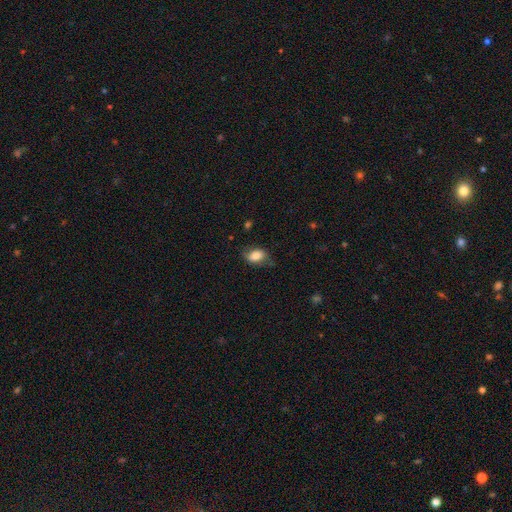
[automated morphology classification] This is likely a smooth galaxy (76%). How rounded: likely in between (79%). Merging: likely none (61%).